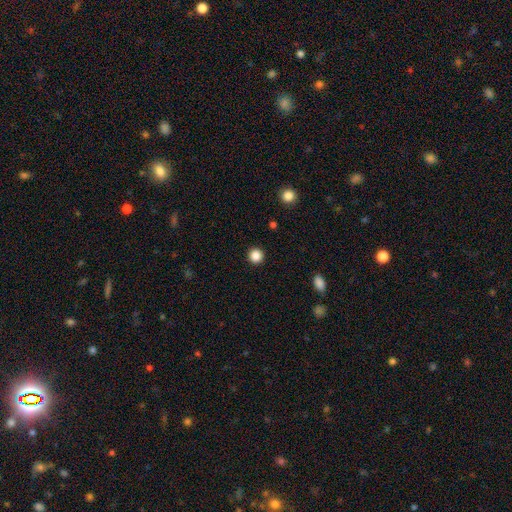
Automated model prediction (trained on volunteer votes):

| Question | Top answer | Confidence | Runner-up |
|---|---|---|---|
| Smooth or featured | smooth | 86% | star or artifact (11%) |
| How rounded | round | 96% | in between (4%) |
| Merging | none | 93% | minor disturbance (4%) |